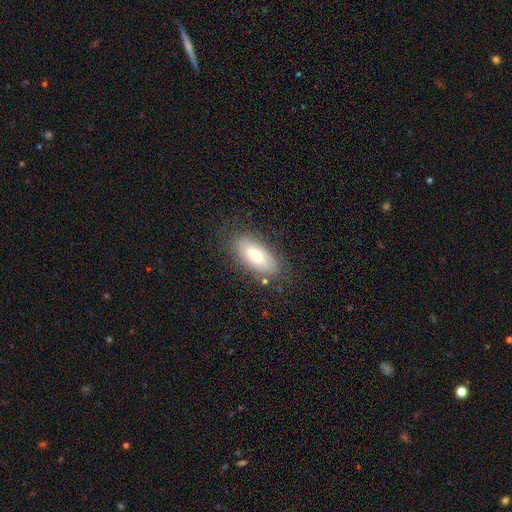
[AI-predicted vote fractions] This appears to be a smooth galaxy with no disk features (67%) that is in between round and cigar-shaped (87%). Merging: none (79%).